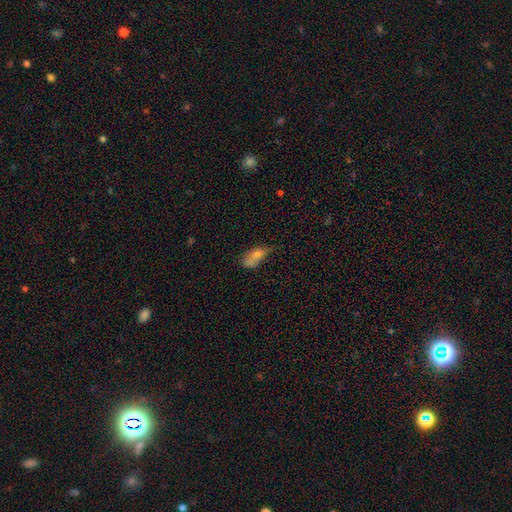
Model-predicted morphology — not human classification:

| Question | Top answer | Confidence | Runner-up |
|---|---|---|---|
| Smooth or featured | smooth | 70% | featured or disk (20%) |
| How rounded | in between | 83% | round (9%) |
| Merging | merger | 28% | tied: none (28%) |